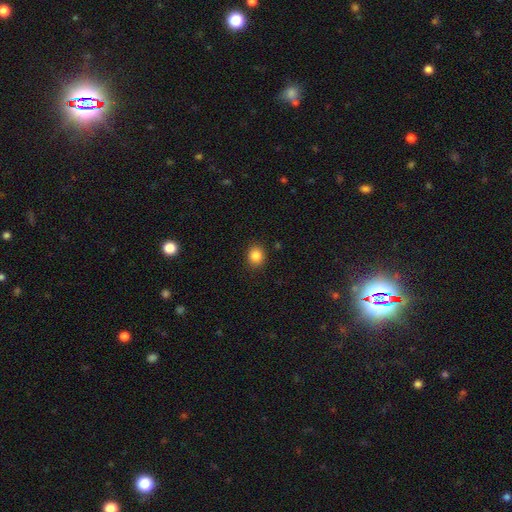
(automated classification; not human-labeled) smooth_or_featured: smooth (p=0.86) [alt: star or artifact p=0.10]
how_rounded: round (p=0.75) [alt: in between p=0.24]
merging: none (p=0.89) [alt: minor disturbance p=0.07]